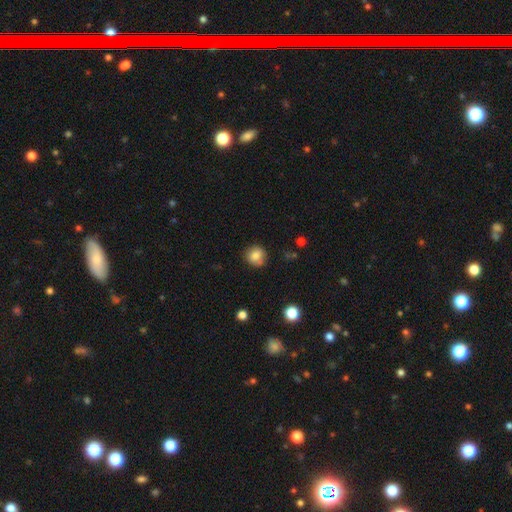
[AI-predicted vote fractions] smooth 81%, star or artifact 10%, featured or disk 9%. Down the decision tree: how rounded — round (84%); merging — none (76%).